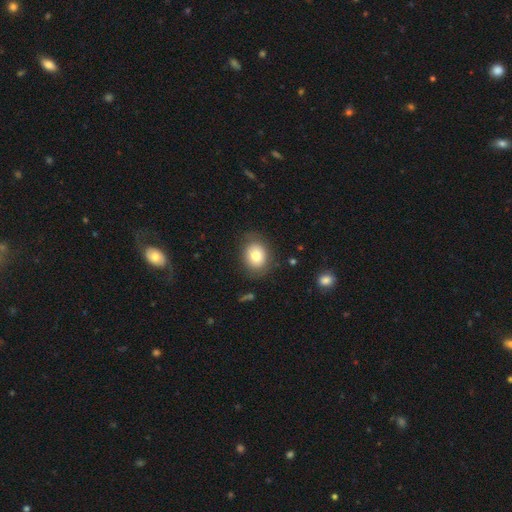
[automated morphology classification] Smooth or featured: smooth — 79% (featured or disk — 12%)
How rounded: in between — 50% (tied with round — 50%)
Merging: none — 81% (minor disturbance — 13%)